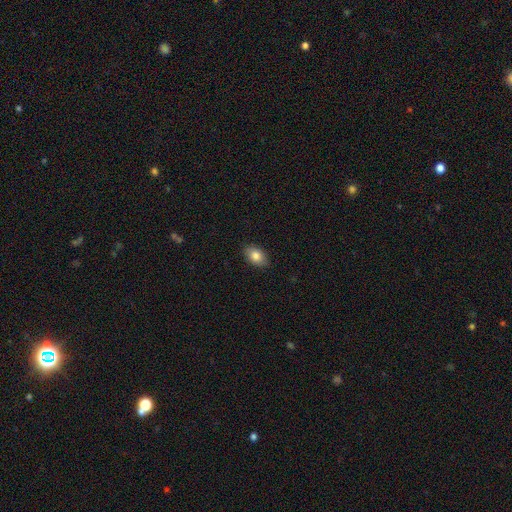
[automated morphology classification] Smooth or featured?
  - smooth: 84% *
  - featured or disk: 9%
  - star or artifact: 8%
How rounded?
  - in between: 87% *
  - round: 12%
  - cigar-shaped: 1%
Merging?
  - none: 87% *
  - minor disturbance: 10%
  - major disturbance: 2%
  - merger: 1%